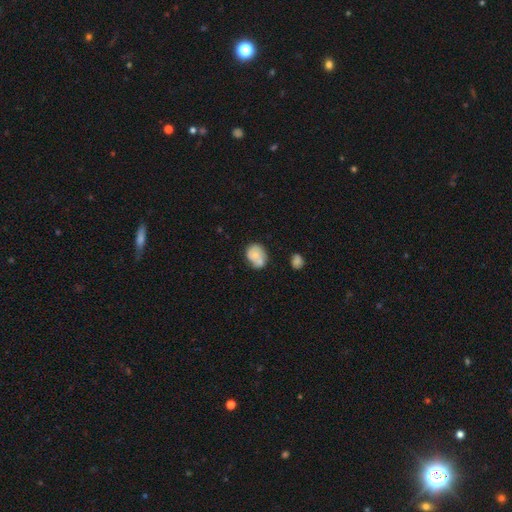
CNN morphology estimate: Q: Smooth or featured?
A: smooth (62%); runner-up: featured or disk (30%)
Q: How rounded?
A: in between (51%); runner-up: round (48%)
Q: Merging?
A: none (50%); runner-up: minor disturbance (27%)